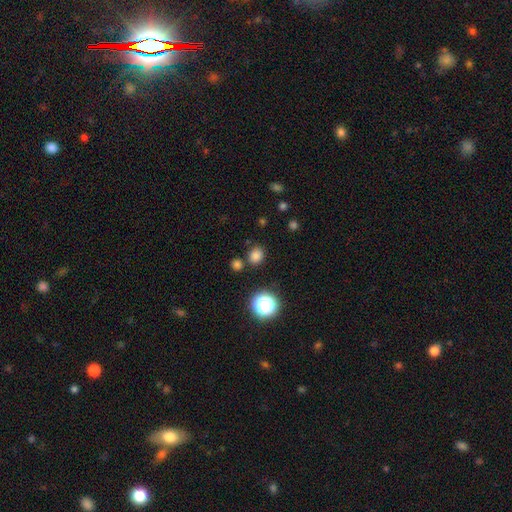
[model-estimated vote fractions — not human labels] Q: Smooth or featured?
A: smooth (78%); runner-up: star or artifact (18%)
Q: How rounded?
A: round (74%); runner-up: in between (25%)
Q: Merging?
A: none (80%); runner-up: minor disturbance (9%)